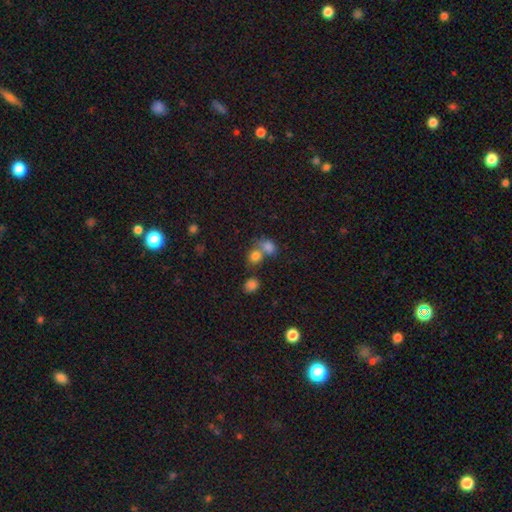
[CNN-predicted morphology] Smooth or featured? Predicted: smooth (p=0.78). How rounded? Predicted: round (p=0.64). Merging? Predicted: merger (p=0.48).